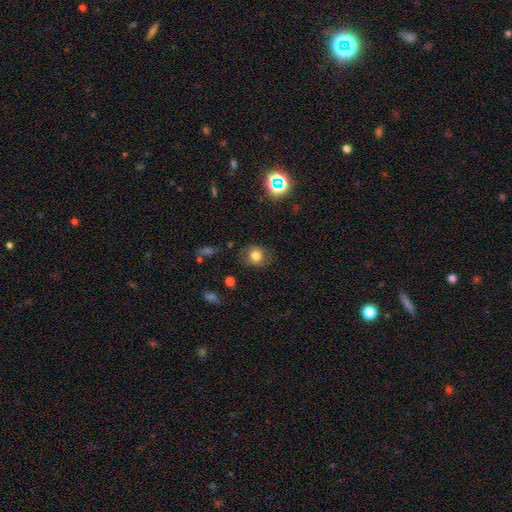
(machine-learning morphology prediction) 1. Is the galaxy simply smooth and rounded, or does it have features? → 78% smooth, 12% star or artifact, 10% featured or disk.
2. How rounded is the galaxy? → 74% round, 25% in between, 1% cigar-shaped.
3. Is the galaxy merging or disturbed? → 80% none, 14% minor disturbance, 4% major disturbance, 2% merger.